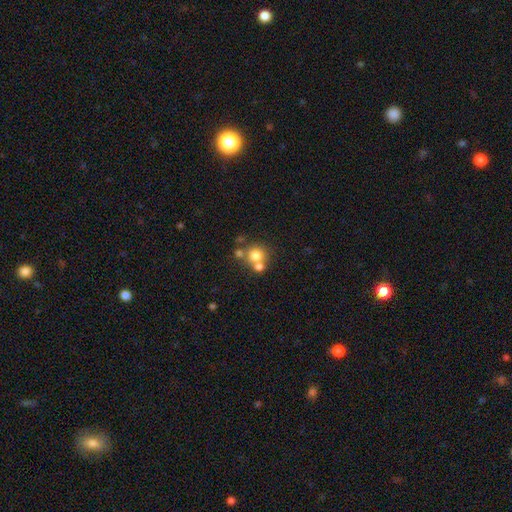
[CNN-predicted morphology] Smooth or featured: smooth — 73% (featured or disk — 14%)
How rounded: round — 87% (in between — 12%)
Merging: none — 50% (merger — 39%)